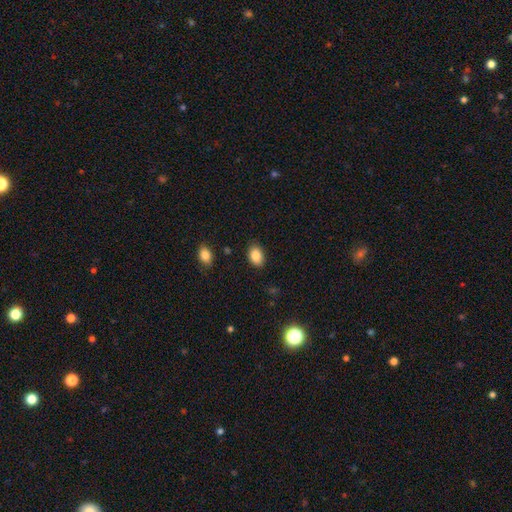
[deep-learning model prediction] Overall: smooth (87%). How rounded: in between (84%). Merging: none (86%).